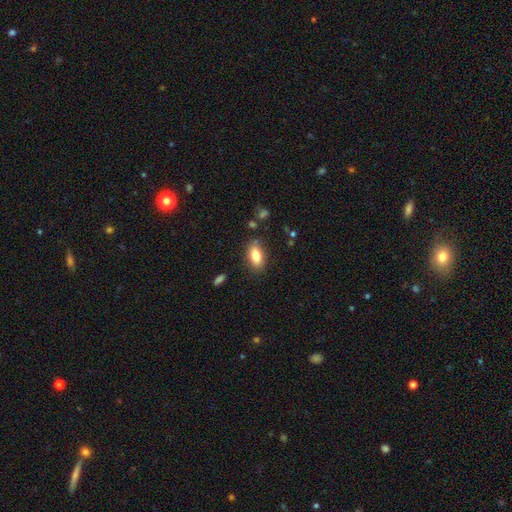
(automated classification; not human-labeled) Smooth or featured?
  - smooth: 81% *
  - featured or disk: 11%
  - star or artifact: 8%
How rounded?
  - in between: 89% *
  - cigar-shaped: 7%
  - round: 4%
Merging?
  - none: 84% *
  - minor disturbance: 11%
  - major disturbance: 3%
  - merger: 2%